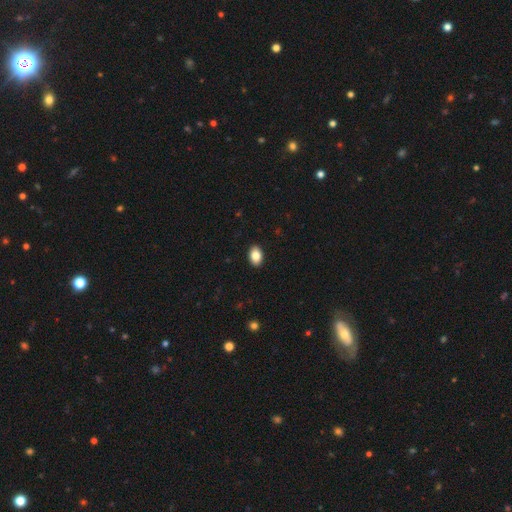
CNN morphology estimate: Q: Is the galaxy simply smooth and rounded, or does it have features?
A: smooth — 86%.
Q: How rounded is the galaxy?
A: in between — 83%.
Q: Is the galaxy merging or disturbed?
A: none — 91%.